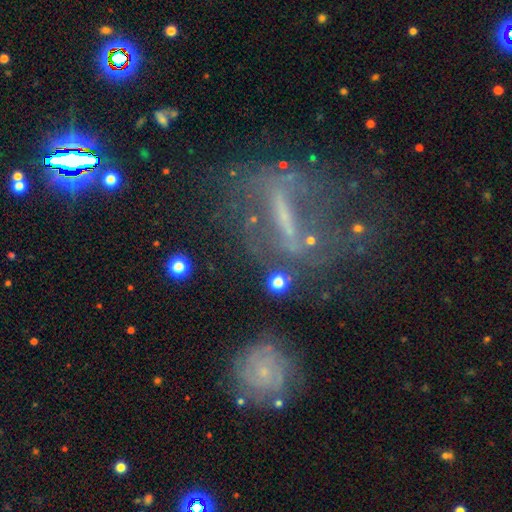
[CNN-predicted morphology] This appears to be a featured or disk galaxy (57%). Merging: none (53%).